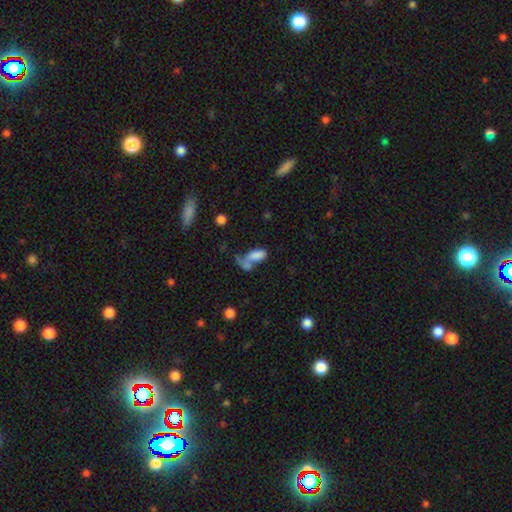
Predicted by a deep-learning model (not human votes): Smooth or featured?
  - smooth: 75% *
  - featured or disk: 14%
  - star or artifact: 11%
How rounded?
  - in between: 88% *
  - cigar-shaped: 6%
  - round: 5%
Merging?
  - merger: 53% *
  - none: 23%
  - major disturbance: 13%
  - minor disturbance: 10%